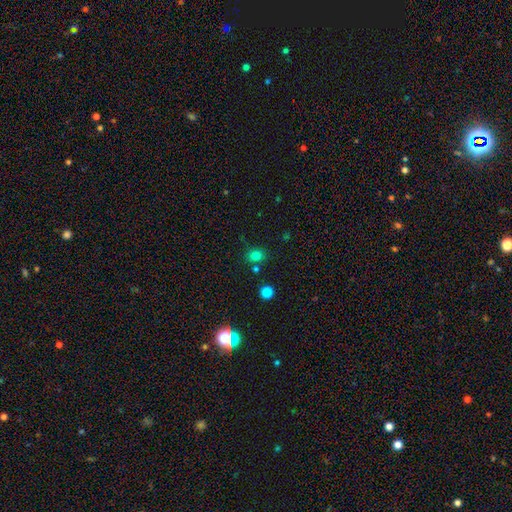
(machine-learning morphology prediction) This is likely a smooth galaxy (77%). How rounded: likely round (62%). Merging: likely none (73%).